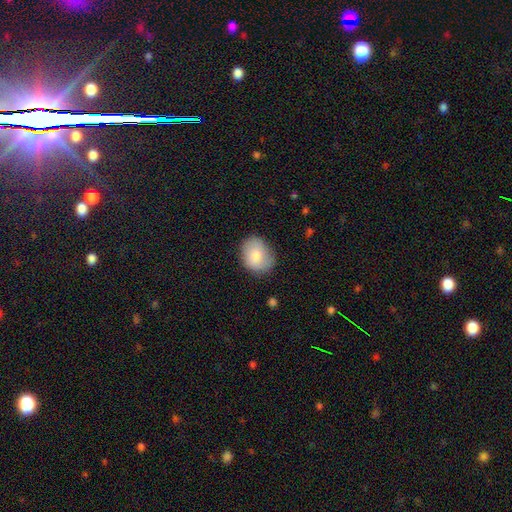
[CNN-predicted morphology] Smooth or featured? Predicted: smooth (p=0.78). How rounded? Predicted: in between (p=0.51). Merging? Predicted: none (p=0.76).